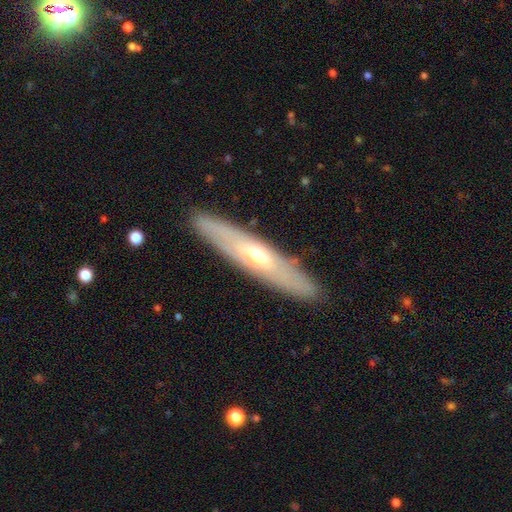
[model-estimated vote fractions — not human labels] The model was most divided on "edge-on disk": yes: 60%, no: 40%. More confident: merging — none (87%); smooth or featured — featured or disk (60%).